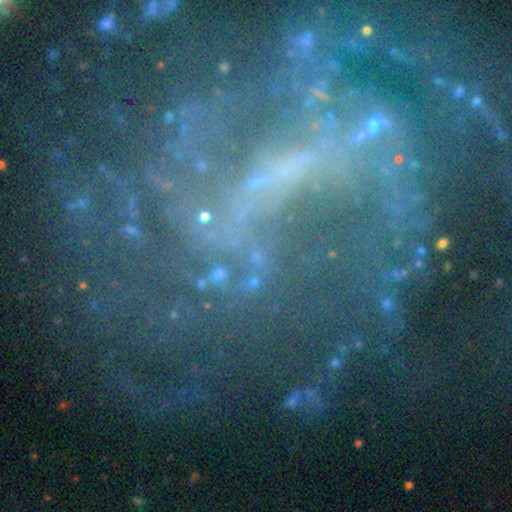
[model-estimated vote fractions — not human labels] This appears to be a featured or disk galaxy (65%) with a strong bar (39%), spiral arms (76%) and a small central bulge (51%). Merging: none (59%).